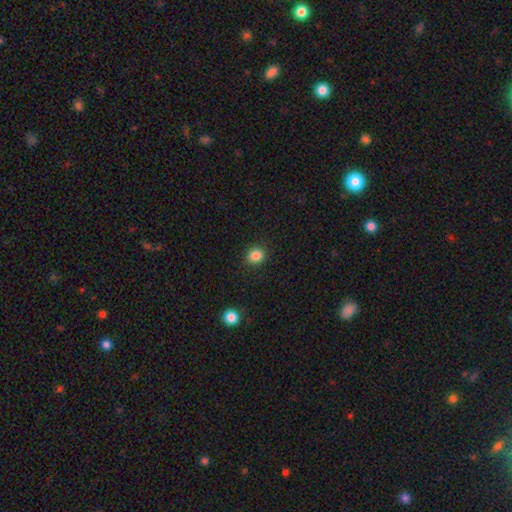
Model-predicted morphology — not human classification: Smooth or featured? smooth (85%)
How rounded? round (79%)
Merging? none (90%)